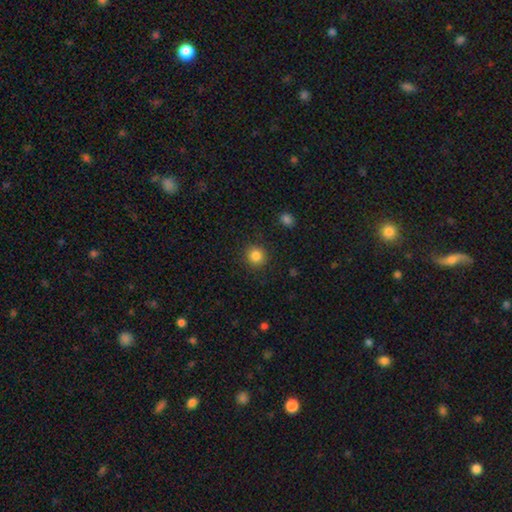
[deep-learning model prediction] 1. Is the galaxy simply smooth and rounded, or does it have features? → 85% smooth, 11% star or artifact, 4% featured or disk.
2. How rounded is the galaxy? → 92% round, 7% in between, 1% cigar-shaped.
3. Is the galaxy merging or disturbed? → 90% none, 7% minor disturbance, 2% major disturbance, 1% merger.